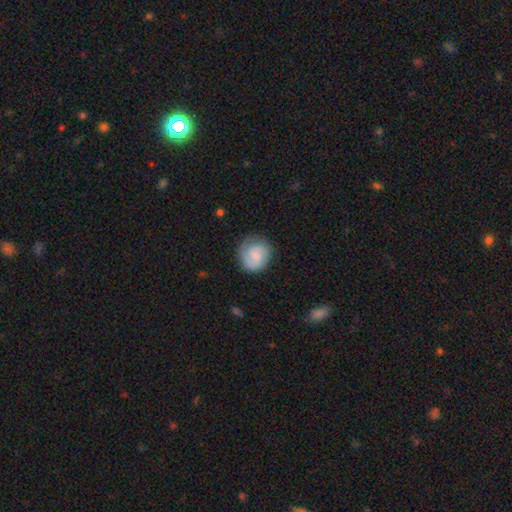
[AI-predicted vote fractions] Overall: featured or disk (53%; smooth 41%). Edge-on disk: no (98%). Bar: no (53%; weak 42%). Spiral arms: yes (90%). Bulge size: small (53%; moderate 31%). Merging: none (74%).